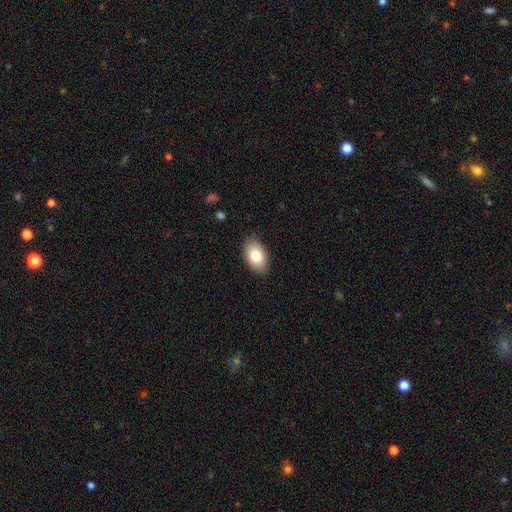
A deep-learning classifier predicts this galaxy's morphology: A smooth galaxy with no disk features (81%) that is in between round and cigar-shaped (92%). Merging: none (86%).